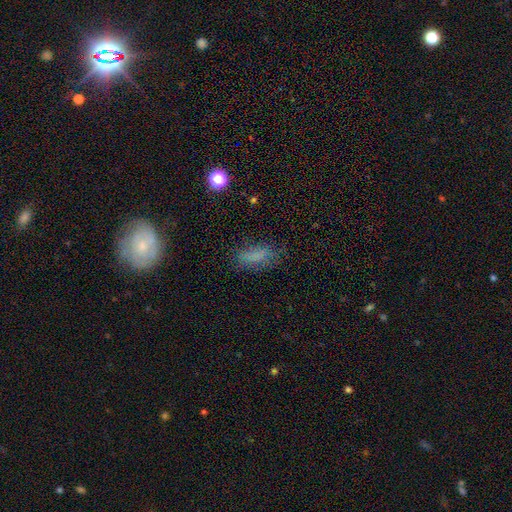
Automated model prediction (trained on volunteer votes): Smooth or featured?
  - smooth: 71% *
  - star or artifact: 16%
  - featured or disk: 14%
How rounded?
  - in between: 71% *
  - cigar-shaped: 25%
  - round: 5%
Merging?
  - none: 68% *
  - minor disturbance: 21%
  - major disturbance: 9%
  - merger: 2%